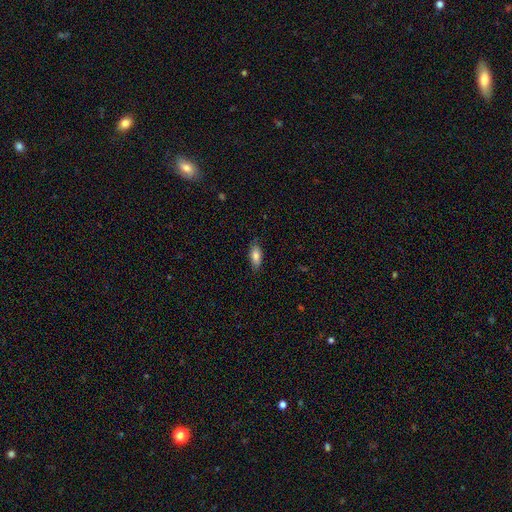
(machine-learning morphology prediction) A smooth galaxy with no disk features (81%) that is in between round and cigar-shaped (83%).

Vote fractions:
- Smooth or featured? smooth: 81% / featured or disk: 12% / star or artifact: 7%
- How rounded? in between: 83% / cigar-shaped: 15% / round: 3%
- Merging? none: 81% / minor disturbance: 15% / major disturbance: 3% / merger: 1%